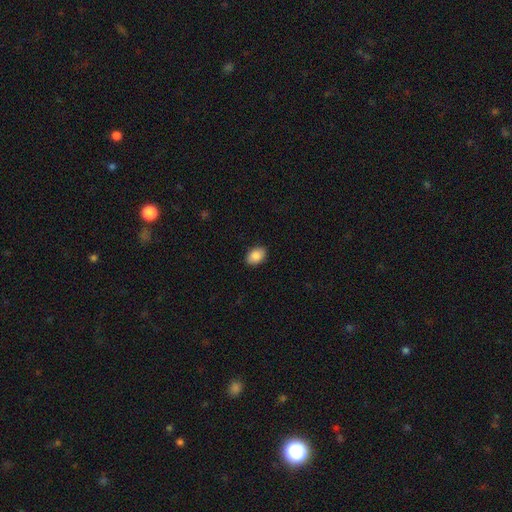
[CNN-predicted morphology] A smooth galaxy with no disk features (88%) that is in between round and cigar-shaped (85%).

Vote fractions:
- Smooth or featured? smooth: 88% / star or artifact: 7% / featured or disk: 5%
- How rounded? in between: 85% / round: 14% / cigar-shaped: 1%
- Merging? none: 89% / minor disturbance: 8% / major disturbance: 2% / merger: 1%